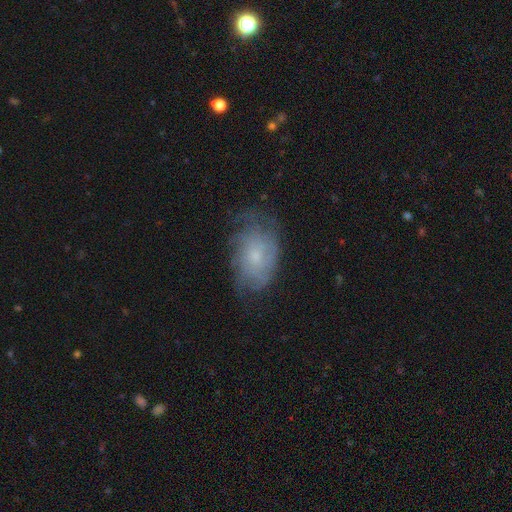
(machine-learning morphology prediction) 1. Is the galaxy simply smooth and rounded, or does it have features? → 50% featured or disk, 40% smooth, 10% star or artifact.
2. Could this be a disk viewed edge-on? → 95% no, 5% yes.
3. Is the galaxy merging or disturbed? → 62% none, 25% minor disturbance, 12% major disturbance, 1% merger.